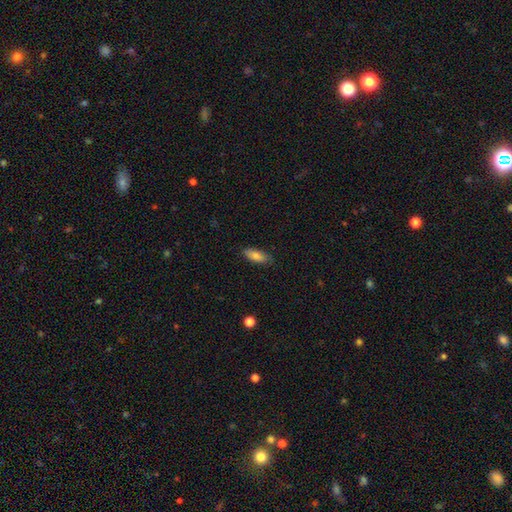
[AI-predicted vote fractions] Smooth or featured? Predicted: smooth (p=0.79). How rounded? Predicted: in between (p=0.78). Merging? Predicted: none (p=0.84).